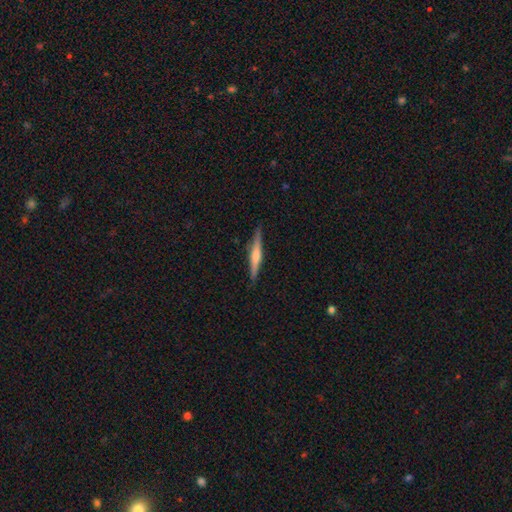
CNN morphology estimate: Smooth or featured? featured or disk (70%)
Edge-on disk? yes (98%)
Edge-on bulge? rounded (72%)
Merging? none (90%)